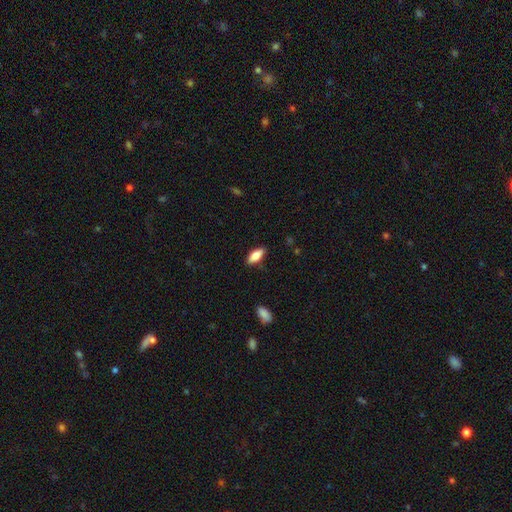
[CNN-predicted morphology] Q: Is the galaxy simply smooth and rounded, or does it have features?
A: smooth — 77%.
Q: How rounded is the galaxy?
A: in between — 81%.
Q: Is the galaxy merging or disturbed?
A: none — 86%.